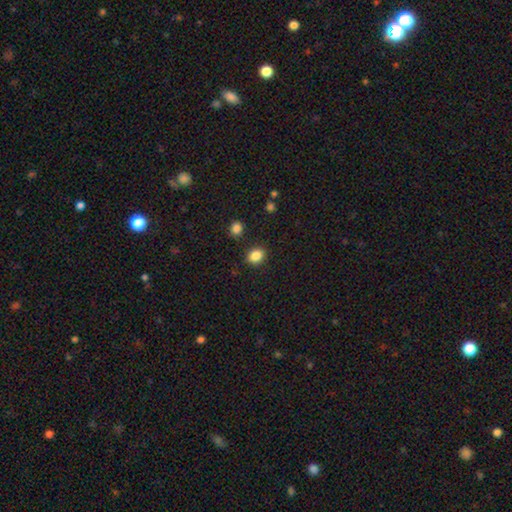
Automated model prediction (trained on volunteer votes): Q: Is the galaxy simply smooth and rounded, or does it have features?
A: smooth — 86%.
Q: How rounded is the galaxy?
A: in between — 50%.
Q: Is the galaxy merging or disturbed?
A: none — 86%.